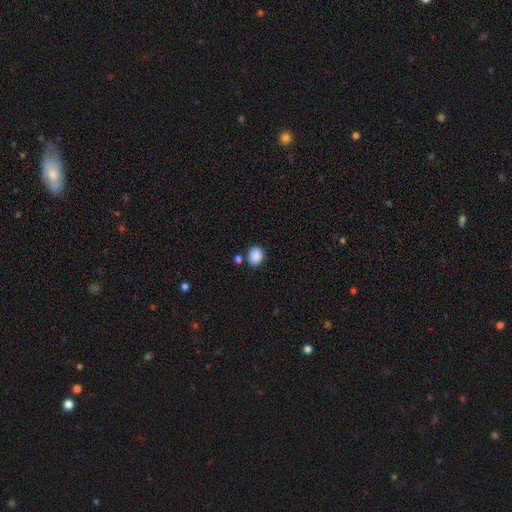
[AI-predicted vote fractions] Q: Smooth or featured?
A: smooth (88%); runner-up: star or artifact (9%)
Q: How rounded?
A: round (65%); runner-up: in between (34%)
Q: Merging?
A: none (80%); runner-up: minor disturbance (10%)